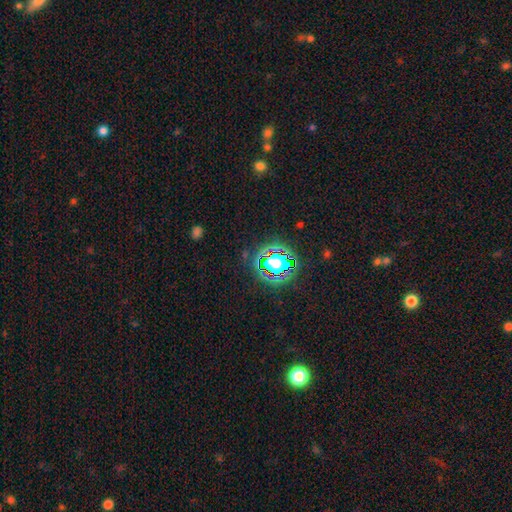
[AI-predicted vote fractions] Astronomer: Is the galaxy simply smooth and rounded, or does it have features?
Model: star or artifact — 78%.